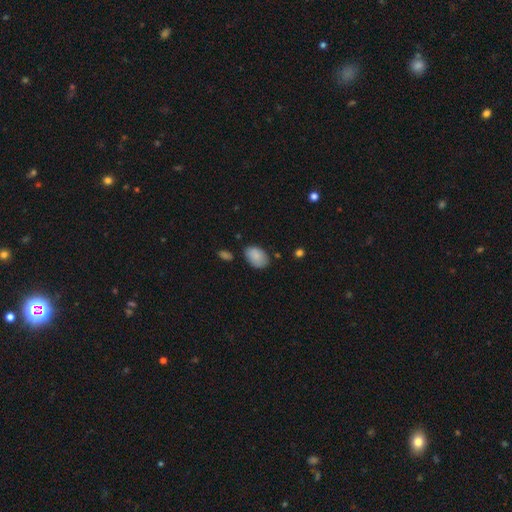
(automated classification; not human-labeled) Smooth or featured? Predicted: smooth (p=0.87). How rounded? Predicted: in between (p=0.89). Merging? Predicted: none (p=0.73).